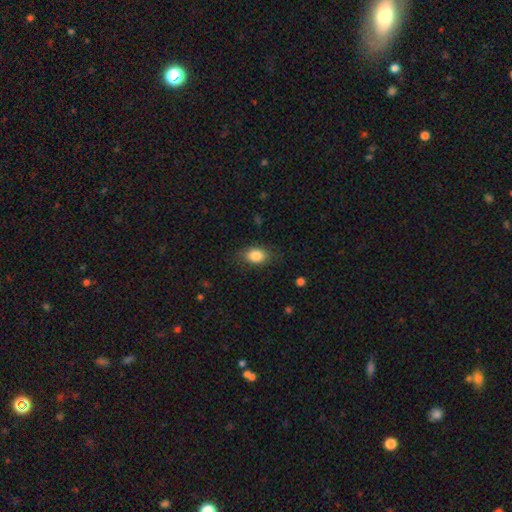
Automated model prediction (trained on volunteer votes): smooth 85%, star or artifact 8%, featured or disk 7%. Down the decision tree: how rounded — in between (79%); merging — none (78%).